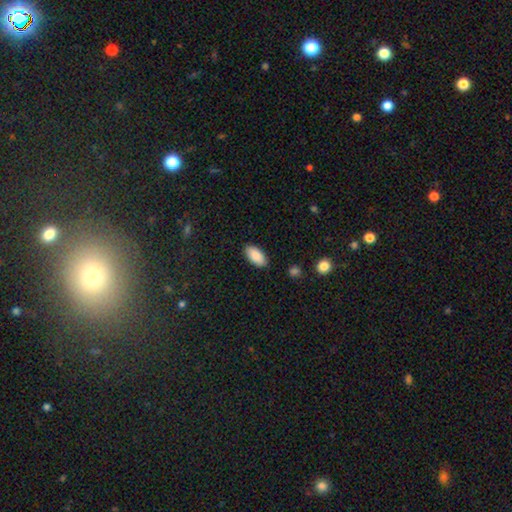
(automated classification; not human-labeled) A smooth galaxy with no disk features (88%) that is in between round and cigar-shaped (94%). Merging: none (86%).